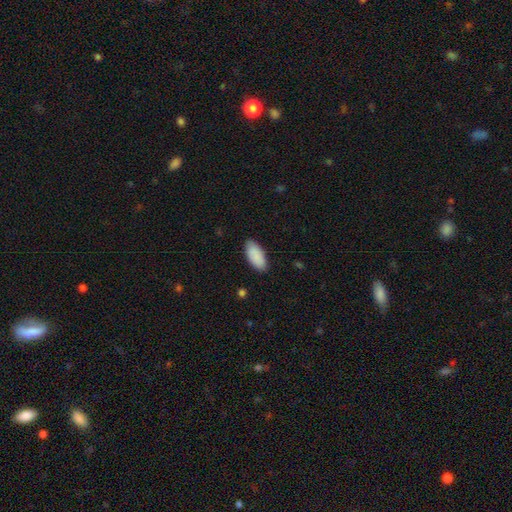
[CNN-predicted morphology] This is clearly a smooth galaxy (91%). How rounded: clearly in between (92%). Merging: clearly none (87%).